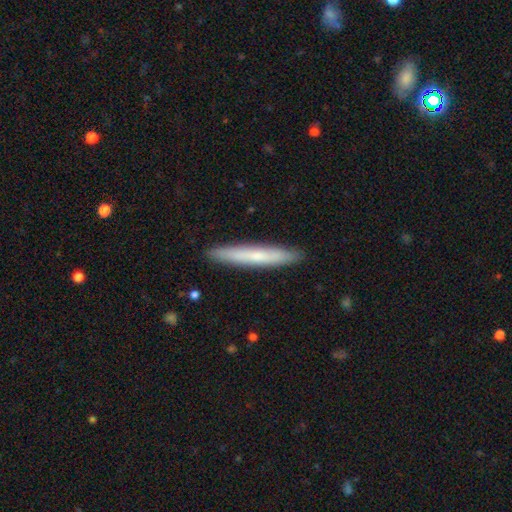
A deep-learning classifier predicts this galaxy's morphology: Smooth or featured: smooth — 62% (featured or disk — 32%)
How rounded: cigar-shaped — 96% (in between — 3%)
Merging: none — 91% (minor disturbance — 7%)